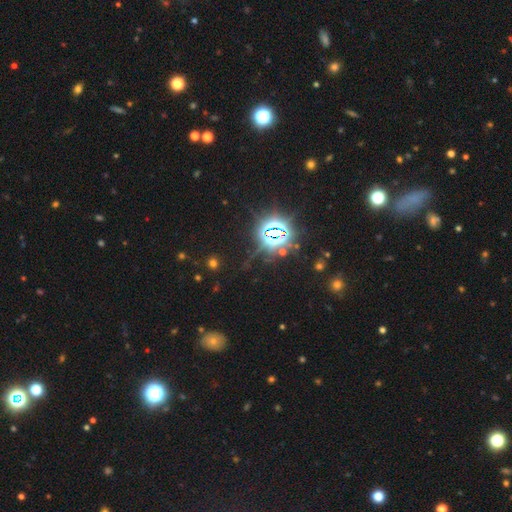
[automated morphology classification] Smooth or featured: star or artifact — 77% (smooth — 16%)